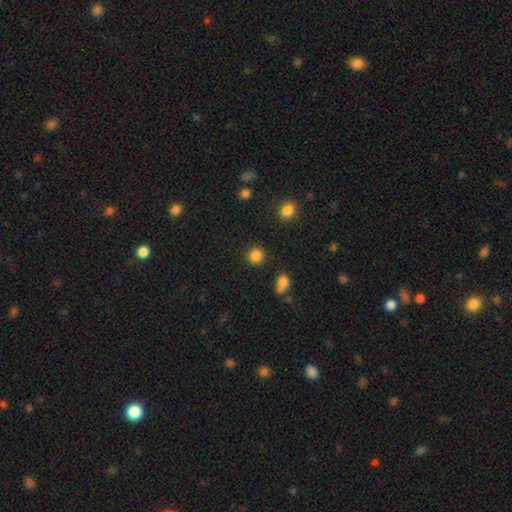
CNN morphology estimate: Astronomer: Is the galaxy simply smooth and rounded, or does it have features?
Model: smooth — 85%.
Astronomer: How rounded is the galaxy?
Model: round — 92%.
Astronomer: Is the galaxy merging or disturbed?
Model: none — 88%.